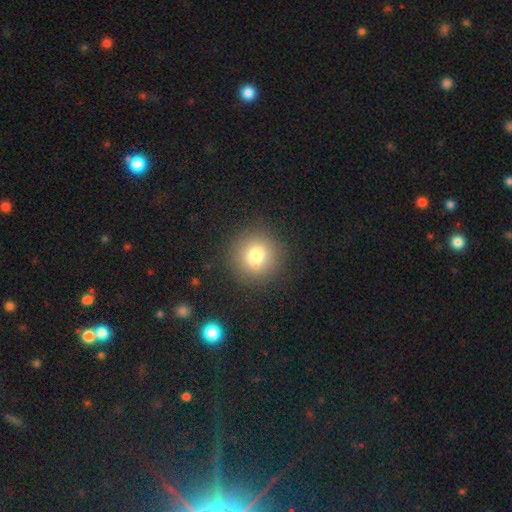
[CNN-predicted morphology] A smooth galaxy with no disk features (75%) that is round (94%).

Vote fractions:
- Smooth or featured? smooth: 75% / star or artifact: 14% / featured or disk: 11%
- How rounded? round: 94% / in between: 5% / cigar-shaped: 1%
- Merging? none: 83% / minor disturbance: 9% / merger: 4% / major disturbance: 4%